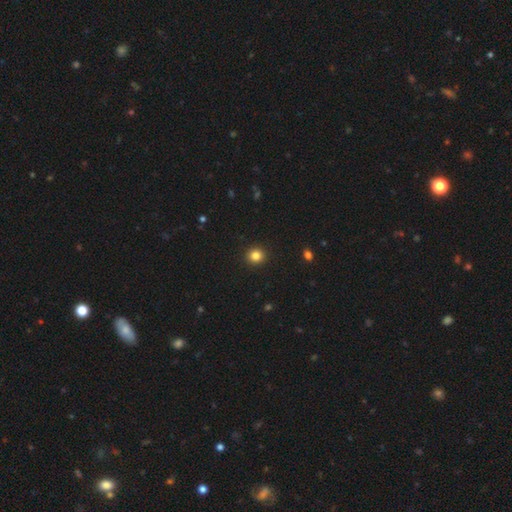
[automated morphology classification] The model was most divided on "smooth or featured": smooth: 84%, star or artifact: 12%, featured or disk: 5%. More confident: merging — none (93%); how rounded — round (91%).